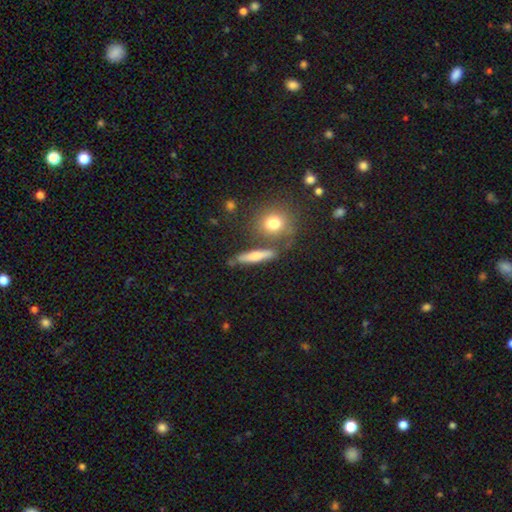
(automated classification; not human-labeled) A smooth galaxy with no disk features (62%) that is cigar-shaped (66%). Merging: none (73%).